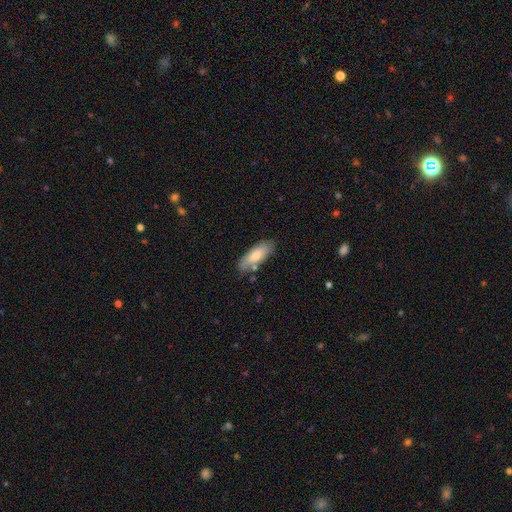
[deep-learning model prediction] A smooth galaxy with no disk features (74%) that is in between round and cigar-shaped (69%). Merging: none (71%).